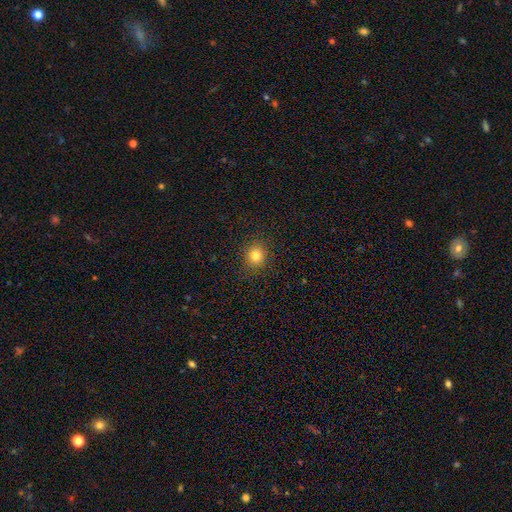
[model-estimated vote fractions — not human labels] Morphology: type=smooth (80%); roundness=round (86%); merging=none (90%).